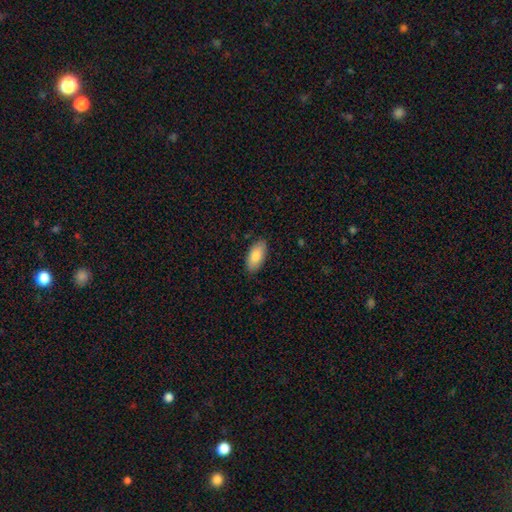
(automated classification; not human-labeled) Smooth or featured? smooth (82%)
How rounded? in between (92%)
Merging? none (87%)